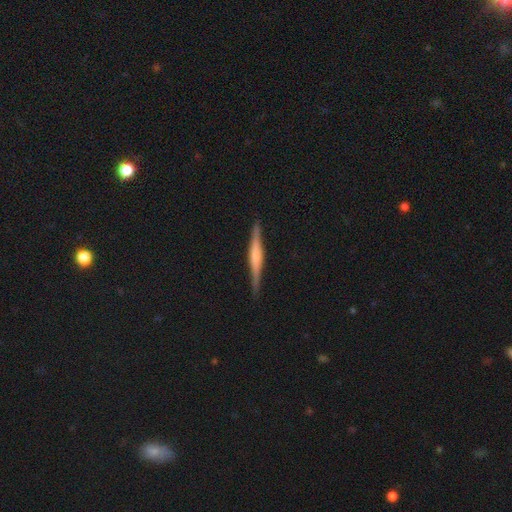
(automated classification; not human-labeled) Morphology: type=featured or disk (70%); edge-on=yes (98%); edge-on bulge=rounded (60%); merging=none (90%).